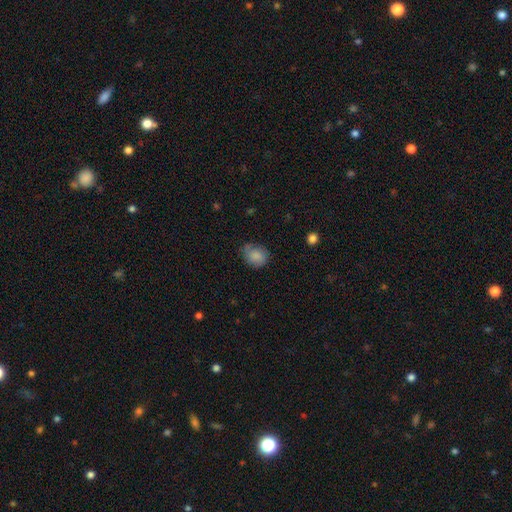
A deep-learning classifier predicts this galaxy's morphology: type=smooth (82%); roundness=in between (50%); merging=none (62%).